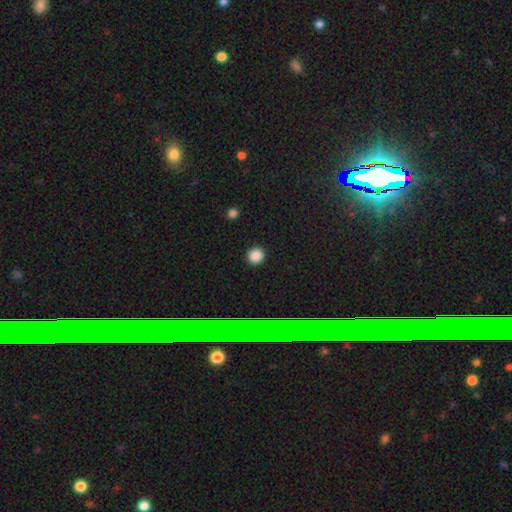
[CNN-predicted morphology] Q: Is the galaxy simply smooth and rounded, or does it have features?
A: smooth — 84%.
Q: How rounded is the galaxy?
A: round — 90%.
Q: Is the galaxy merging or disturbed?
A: none — 91%.